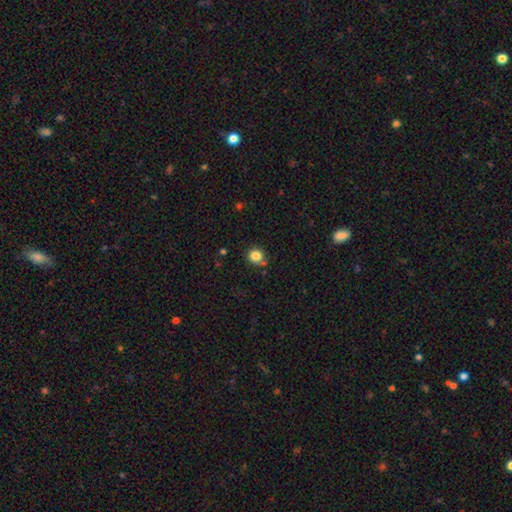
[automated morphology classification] Smooth or featured? smooth (84%)
How rounded? round (88%)
Merging? none (76%)